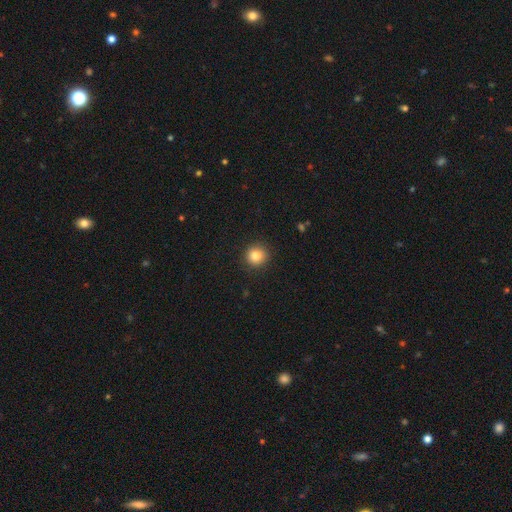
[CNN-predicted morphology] smooth 83%, star or artifact 11%, featured or disk 6%. Down the decision tree: how rounded — round (93%); merging — none (91%).